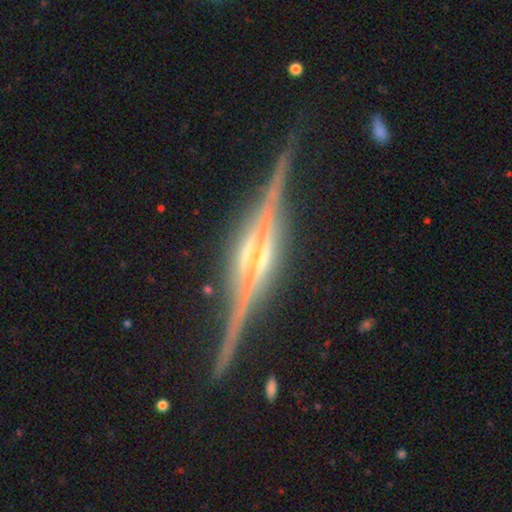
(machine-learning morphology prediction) type=featured or disk (90%); edge-on=yes (98%); edge-on bulge=rounded (70%); merging=none (87%).